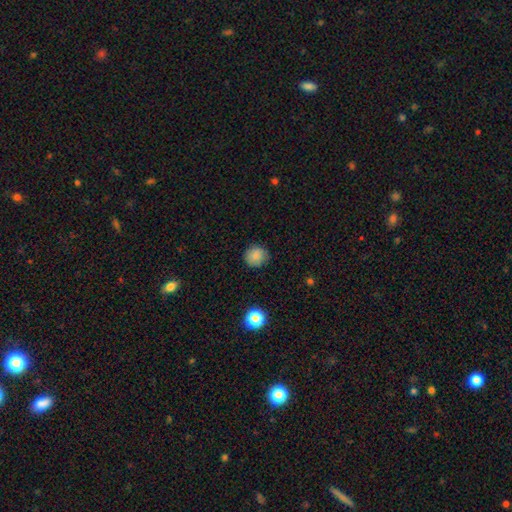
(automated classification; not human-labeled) A smooth galaxy with no disk features (85%) that is round (92%). Merging: none (86%).